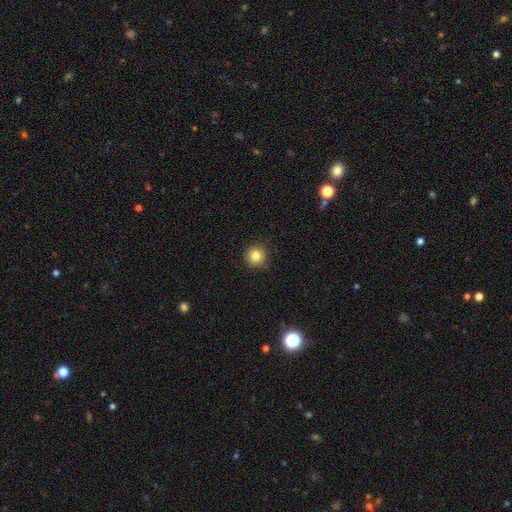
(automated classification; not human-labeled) Overall: smooth (83%). How rounded: round (94%). Merging: none (88%).